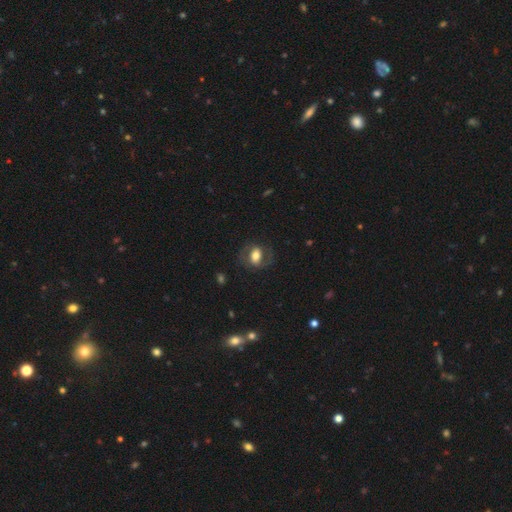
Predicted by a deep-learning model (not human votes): The model was most divided on "smooth or featured": smooth: 48%, featured or disk: 44%, star or artifact: 7%. More confident: merging — none (71%).